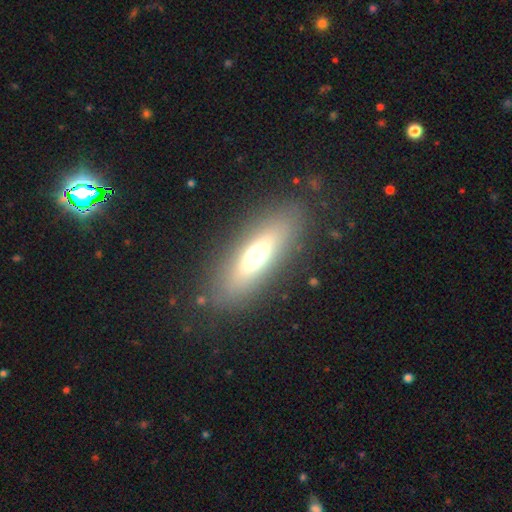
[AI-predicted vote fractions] Morphology: type=smooth (60%); roundness=in between (49%, tied with cigar-shaped); merging=none (85%).